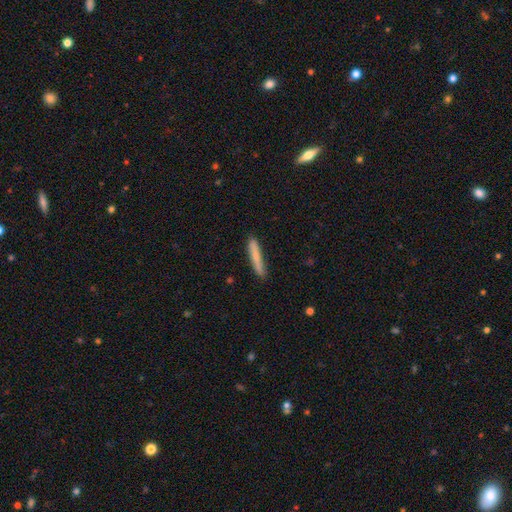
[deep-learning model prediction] A smooth galaxy with no disk features (72%) that is cigar-shaped (94%).

Vote fractions:
- Smooth or featured? smooth: 72% / featured or disk: 22% / star or artifact: 6%
- How rounded? cigar-shaped: 94% / in between: 4% / round: 1%
- Merging? none: 85% / minor disturbance: 12% / major disturbance: 2% / merger: 1%